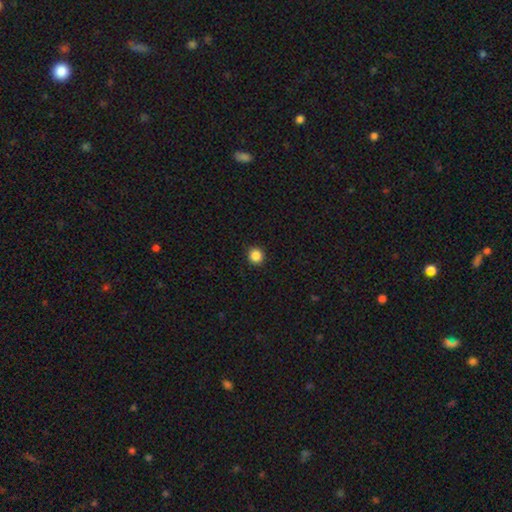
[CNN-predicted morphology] A smooth galaxy with no disk features (87%) that is round (93%).

Vote fractions:
- Smooth or featured? smooth: 87% / star or artifact: 10% / featured or disk: 3%
- How rounded? round: 93% / in between: 6% / cigar-shaped: 1%
- Merging? none: 93% / minor disturbance: 5% / major disturbance: 2% / merger: 1%